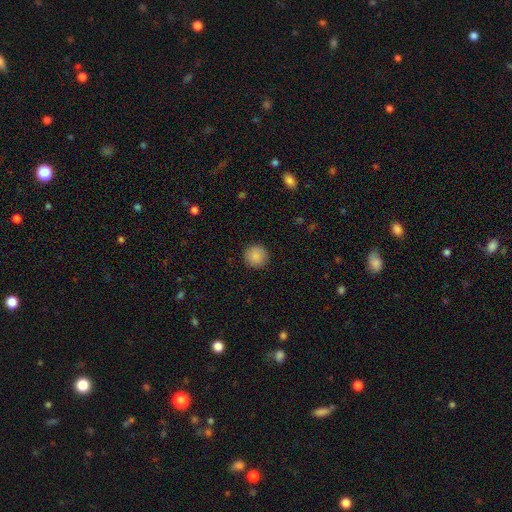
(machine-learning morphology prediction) smooth_or_featured: smooth (p=0.88) [alt: star or artifact p=0.08]
how_rounded: round (p=0.95) [alt: in between p=0.04]
merging: none (p=0.91) [alt: minor disturbance p=0.06]